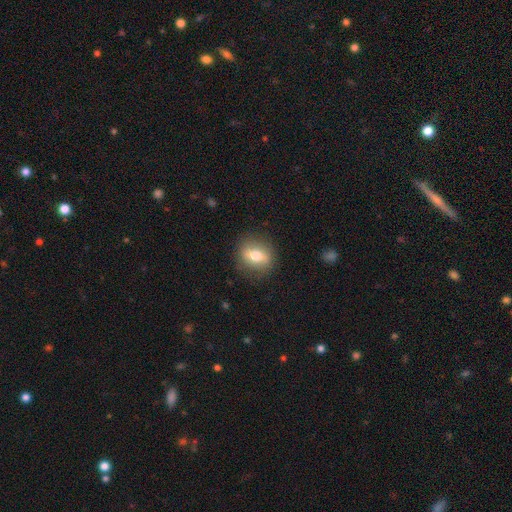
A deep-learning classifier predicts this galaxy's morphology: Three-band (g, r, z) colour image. It shows a smooth galaxy with no disk features (59%) that is round (52%). Merging: none (85%).